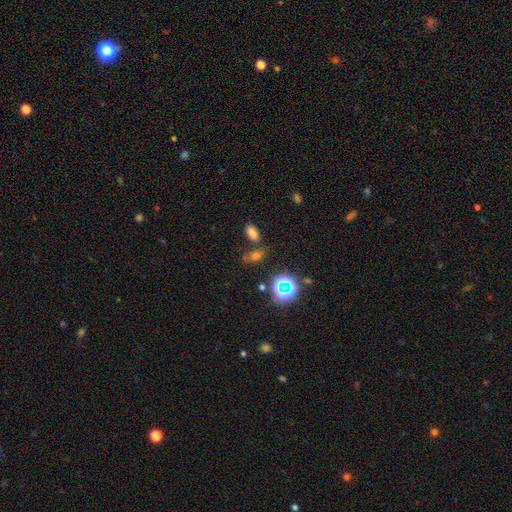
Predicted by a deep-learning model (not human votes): Smooth or featured? smooth (54%)
How rounded? in between (73%)
Merging? none (65%)